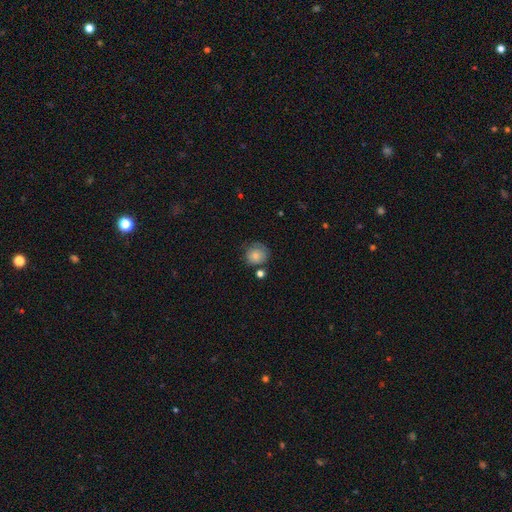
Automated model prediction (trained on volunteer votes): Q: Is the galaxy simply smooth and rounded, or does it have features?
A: smooth — 79%.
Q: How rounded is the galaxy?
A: round — 84%.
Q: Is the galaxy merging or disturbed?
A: none — 61%.